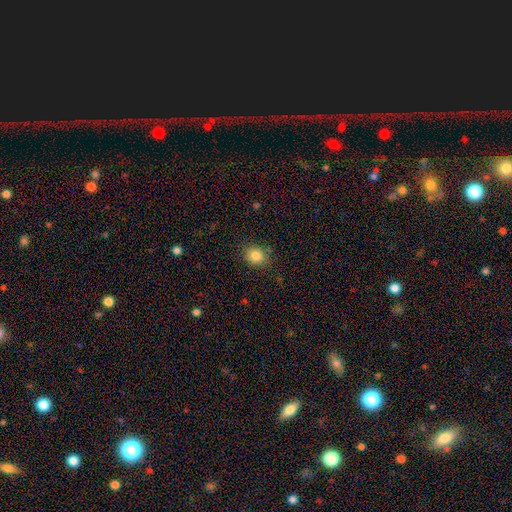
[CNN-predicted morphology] Smooth or featured? Predicted: smooth (p=0.83). How rounded? Predicted: round (p=0.63). Merging? Predicted: none (p=0.83).